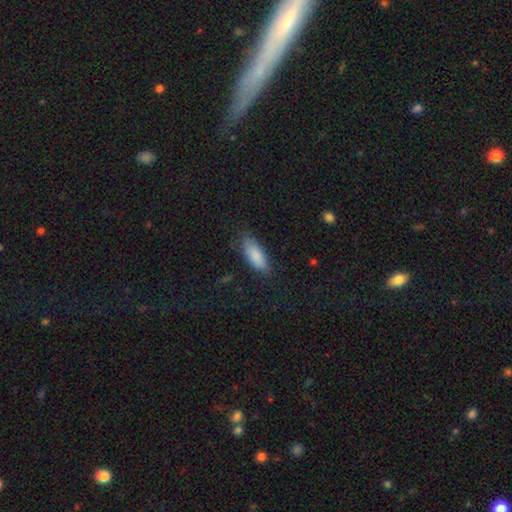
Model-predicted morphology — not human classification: smooth_or_featured: smooth (p=0.85) [alt: featured or disk p=0.09]
how_rounded: in between (p=0.76) [alt: cigar-shaped p=0.22]
merging: none (p=0.77) [alt: minor disturbance p=0.17]